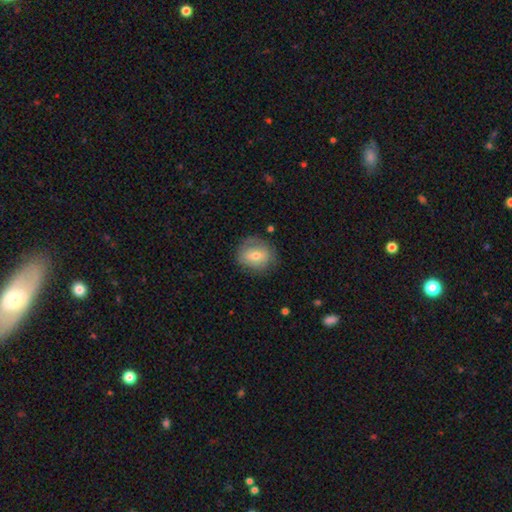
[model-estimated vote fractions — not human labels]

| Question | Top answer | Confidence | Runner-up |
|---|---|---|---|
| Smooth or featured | smooth | 61% | featured or disk (31%) |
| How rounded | round | 77% | in between (22%) |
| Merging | none | 74% | minor disturbance (19%) |